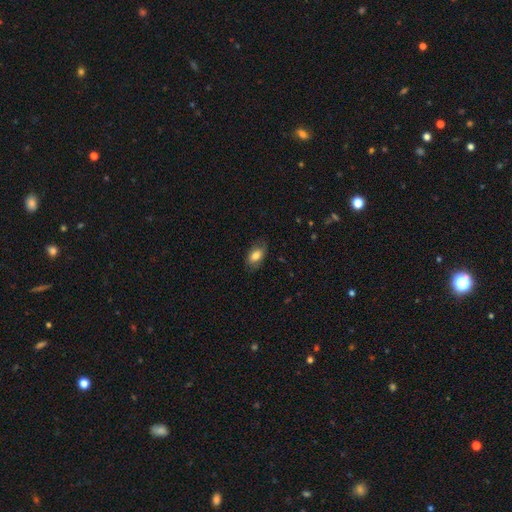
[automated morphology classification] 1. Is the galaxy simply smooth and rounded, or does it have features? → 77% smooth, 16% featured or disk, 8% star or artifact.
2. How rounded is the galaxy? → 89% in between, 9% round, 2% cigar-shaped.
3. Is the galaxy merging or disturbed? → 74% none, 19% minor disturbance, 5% major disturbance, 1% merger.